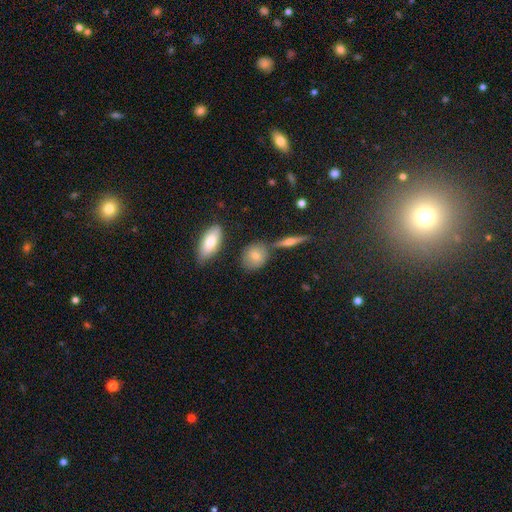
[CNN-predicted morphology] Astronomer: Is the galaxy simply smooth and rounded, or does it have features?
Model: smooth — 74%.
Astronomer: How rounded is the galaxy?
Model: round — 58% (runner-up: in between, 38%).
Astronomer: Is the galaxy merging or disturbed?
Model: none — 72%.